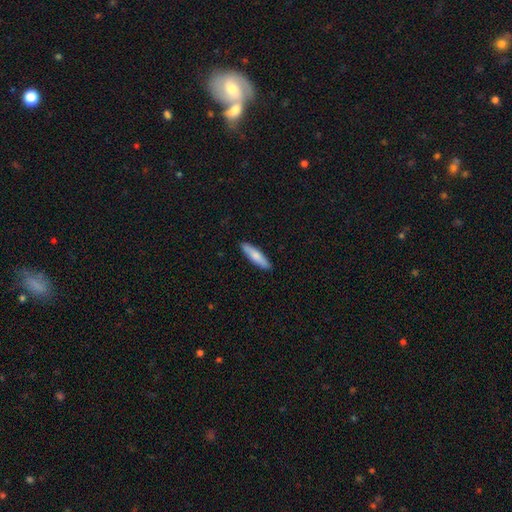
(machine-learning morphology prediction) Q: Smooth or featured?
A: smooth (75%); runner-up: featured or disk (19%)
Q: How rounded?
A: cigar-shaped (78%); runner-up: in between (20%)
Q: Merging?
A: none (90%); runner-up: minor disturbance (7%)